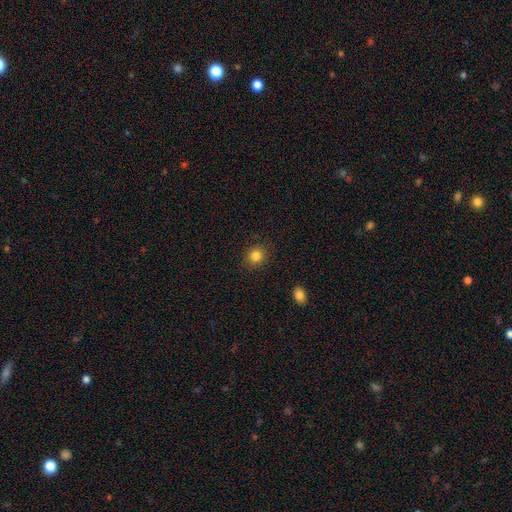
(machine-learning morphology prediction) Smooth or featured? Predicted: smooth (p=0.84). How rounded? Predicted: round (p=0.81). Merging? Predicted: none (p=0.89).